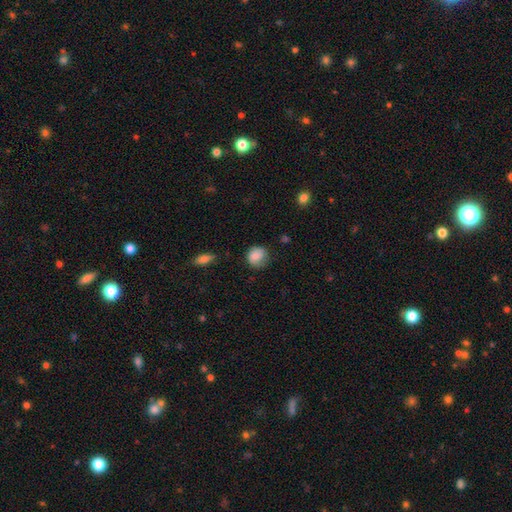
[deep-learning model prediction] Smooth or featured?
  - smooth: 77% *
  - featured or disk: 15%
  - star or artifact: 8%
How rounded?
  - round: 79% *
  - in between: 20%
  - cigar-shaped: 1%
Merging?
  - none: 64% *
  - minor disturbance: 26%
  - major disturbance: 8%
  - merger: 2%